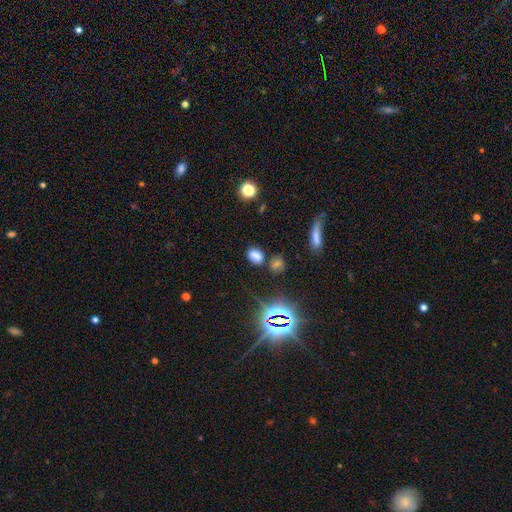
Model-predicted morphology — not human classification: A smooth galaxy with no disk features (70%) that is in between round and cigar-shaped (77%). Merging: none (70%).